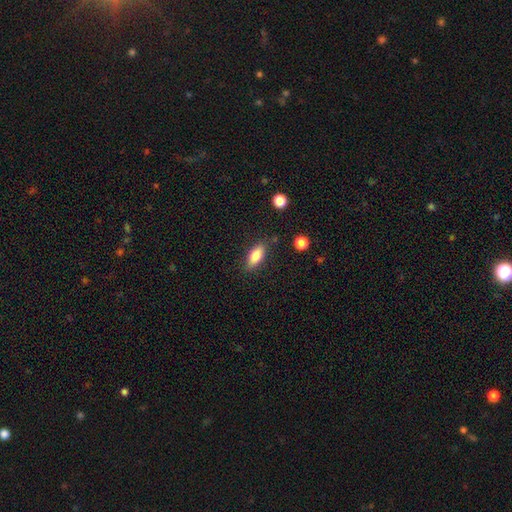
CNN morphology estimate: This appears to be a smooth galaxy with no disk features (78%) that is in between round and cigar-shaped (79%). Merging: none (82%).